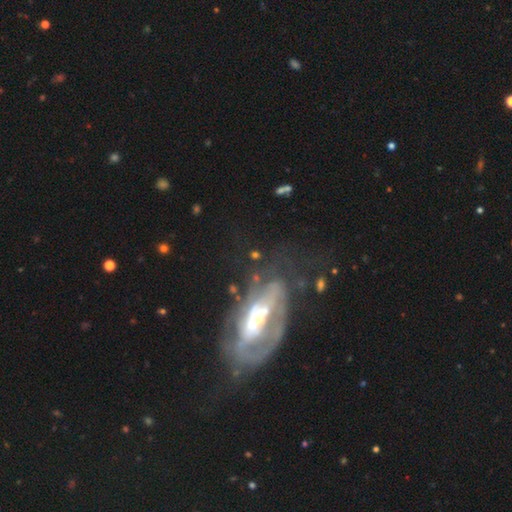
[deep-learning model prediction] smooth_or_featured: featured or disk (p=0.74) [alt: smooth p=0.16]
disk_edge_on: no (p=0.87) [alt: yes p=0.13]
bar: no (p=0.46) [alt: weak p=0.29]
has_spiral_arms: yes (p=0.61) [alt: no p=0.39]
bulge_size: small (p=0.42) [alt: moderate p=0.38]
merging: none (p=0.43) [alt: major disturbance p=0.30]